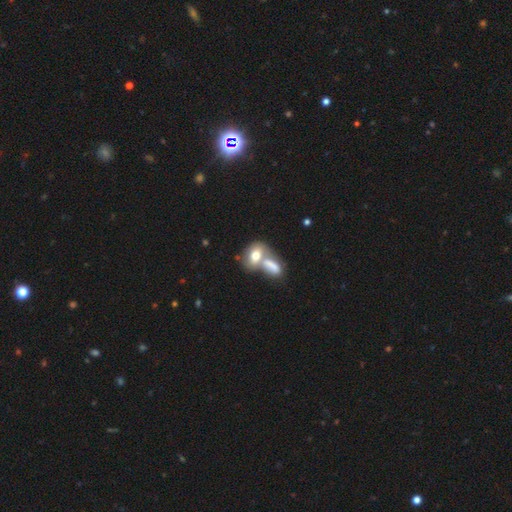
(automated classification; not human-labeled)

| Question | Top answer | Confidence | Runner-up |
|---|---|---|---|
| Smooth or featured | smooth | 71% | featured or disk (21%) |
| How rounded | in between | 77% | round (20%) |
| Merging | merger | 64% | none (24%) |